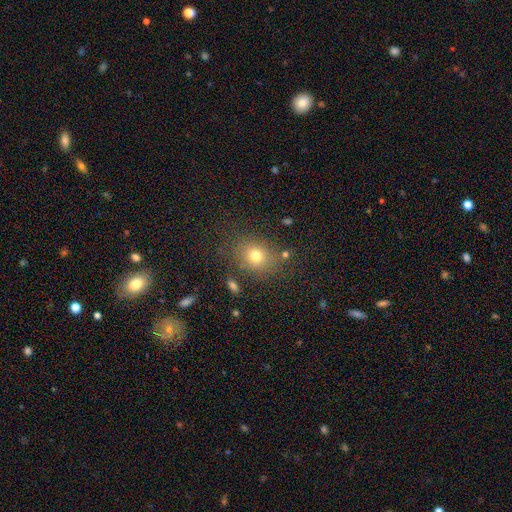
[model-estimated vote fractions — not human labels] Smooth or featured?
  - smooth: 73% *
  - star or artifact: 15%
  - featured or disk: 12%
How rounded?
  - round: 54% *
  - in between: 45%
  - cigar-shaped: 1%
Merging?
  - none: 77% *
  - minor disturbance: 13%
  - major disturbance: 6%
  - merger: 4%